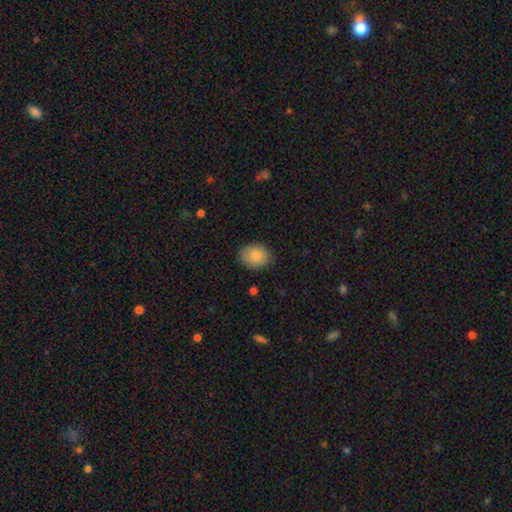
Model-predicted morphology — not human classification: Smooth or featured?
  - smooth: 85% *
  - featured or disk: 8%
  - star or artifact: 8%
How rounded?
  - in between: 50% *
  - round: 49%
  - cigar-shaped: 1%
Merging?
  - none: 84% *
  - minor disturbance: 12%
  - major disturbance: 3%
  - merger: 1%